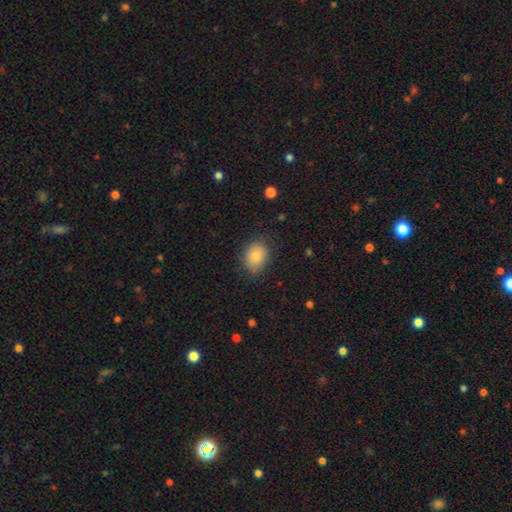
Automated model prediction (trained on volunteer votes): smooth 81%, featured or disk 10%, star or artifact 9%. Down the decision tree: how rounded — in between (55%); merging — none (79%).